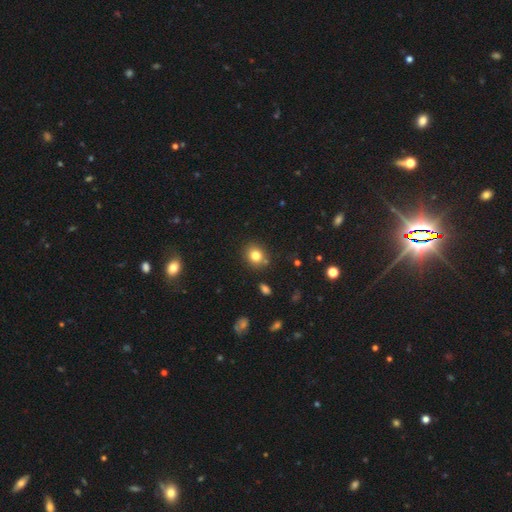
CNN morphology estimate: Smooth or featured: smooth — 81% (star or artifact — 12%)
How rounded: round — 70% (in between — 29%)
Merging: none — 81% (minor disturbance — 10%)